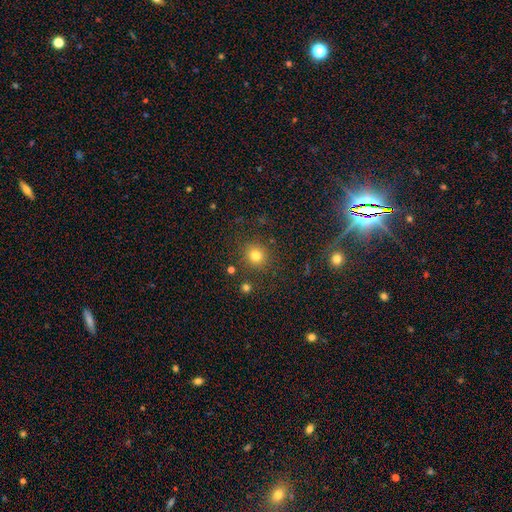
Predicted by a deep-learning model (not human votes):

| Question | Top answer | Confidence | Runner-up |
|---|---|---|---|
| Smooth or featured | smooth | 78% | star or artifact (16%) |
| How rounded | round | 89% | in between (10%) |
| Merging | none | 85% | minor disturbance (8%) |